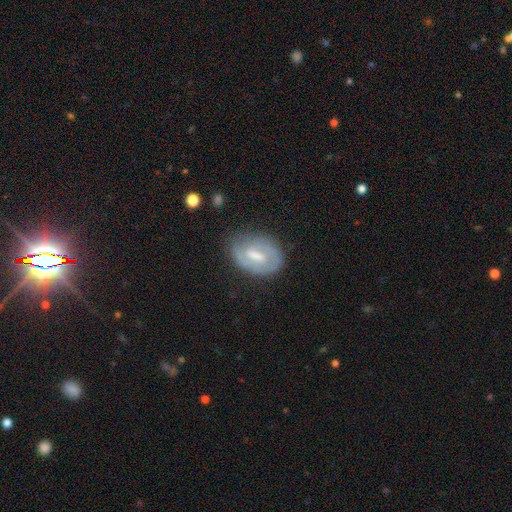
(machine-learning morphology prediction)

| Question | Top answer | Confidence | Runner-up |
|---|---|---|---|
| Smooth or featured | featured or disk | 63% | smooth (31%) |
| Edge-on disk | no | 95% | yes (5%) |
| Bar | weak | 47% | strong (39%) |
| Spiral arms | yes | 67% | no (33%) |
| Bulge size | moderate | 44% | small (29%) |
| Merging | none | 65% | minor disturbance (24%) |